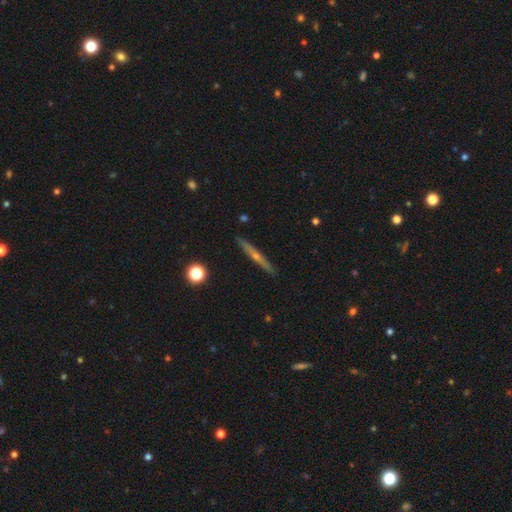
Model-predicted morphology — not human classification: A featured or disk galaxy (67%) viewed edge-on (97%) with a rounded central bulge (70%).

Vote fractions:
- Smooth or featured? featured or disk: 67% / smooth: 26% / star or artifact: 7%
- Edge-on disk? yes: 97% / no: 3%
- Edge-on bulge? rounded: 70% / none: 27% / boxy: 4%
- Merging? none: 91% / minor disturbance: 6% / major disturbance: 1% / merger: 1%